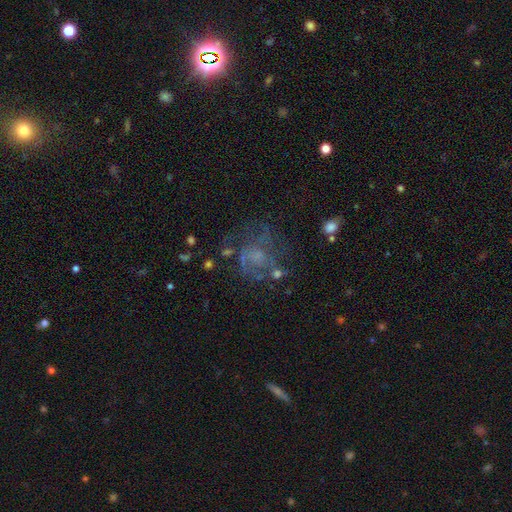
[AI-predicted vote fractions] This is likely a featured or disk galaxy (60%). It is clearly not viewed edge-on (98%). Bar: likely no (77%). Spiral arm pattern: likely yes (63%). Central bulge: marginally none (36%, tied with small). Merging: possibly none (49%).